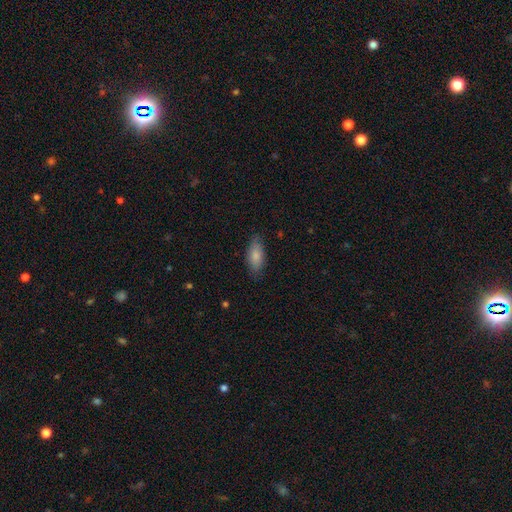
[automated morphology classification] Overall: smooth (83%). How rounded: in between (84%). Merging: none (81%).